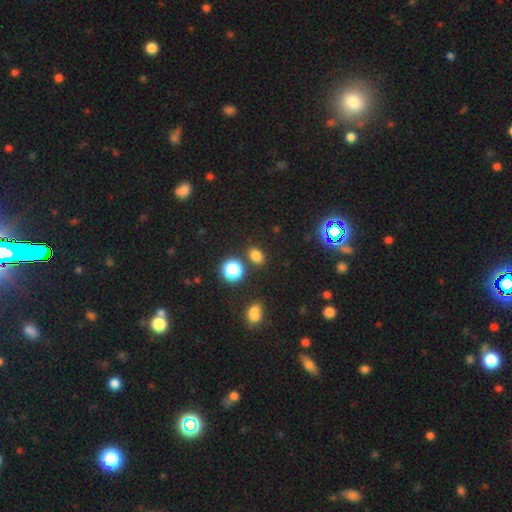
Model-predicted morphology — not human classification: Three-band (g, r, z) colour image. It shows a smooth galaxy with no disk features (75%) that is in between round and cigar-shaped (63%). Merging: none (80%).